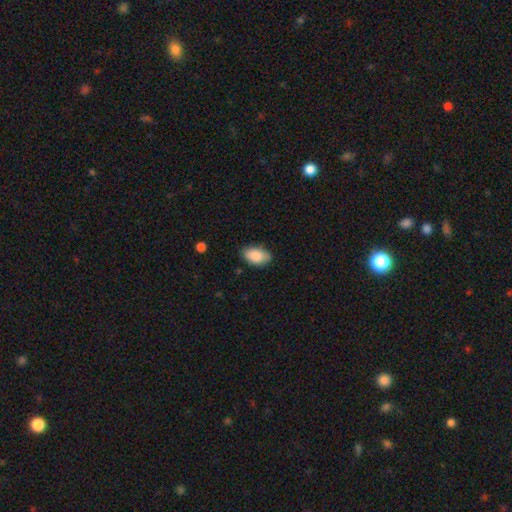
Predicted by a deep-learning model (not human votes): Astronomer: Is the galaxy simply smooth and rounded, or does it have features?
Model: smooth — 87%.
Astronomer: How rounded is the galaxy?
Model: in between — 92%.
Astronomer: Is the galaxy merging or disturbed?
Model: none — 80%.